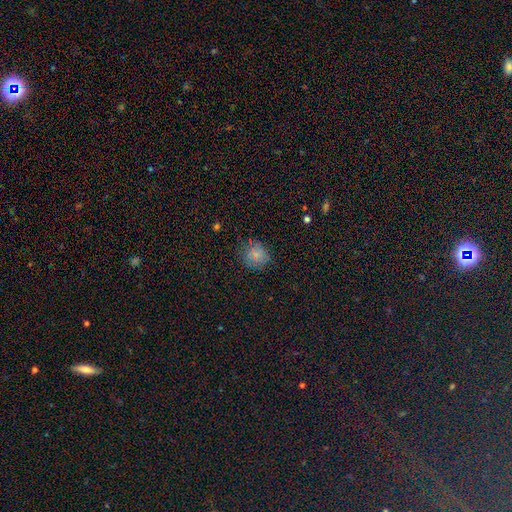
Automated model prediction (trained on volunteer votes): Smooth or featured: smooth — 71% (star or artifact — 22%)
How rounded: round — 86% (in between — 13%)
Merging: none — 82% (minor disturbance — 13%)